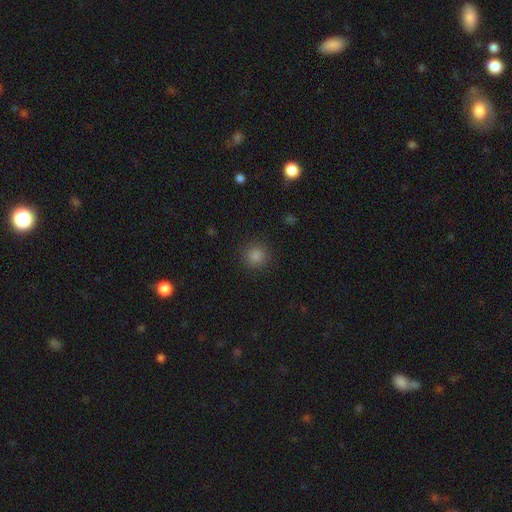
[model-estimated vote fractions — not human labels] A smooth galaxy with no disk features (85%) that is round (92%). Merging: none (89%).